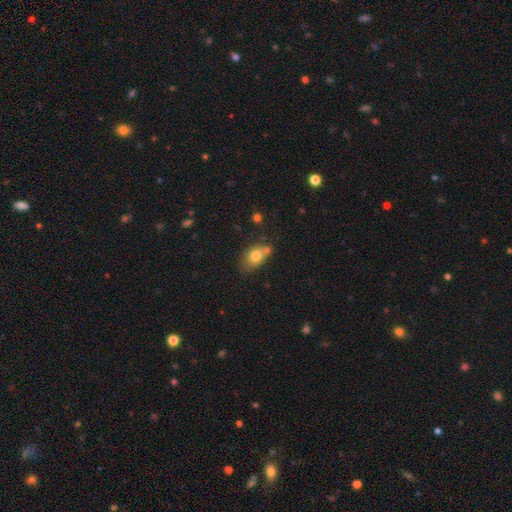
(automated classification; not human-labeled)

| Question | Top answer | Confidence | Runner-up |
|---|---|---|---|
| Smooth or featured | smooth | 76% | featured or disk (15%) |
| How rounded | in between | 76% | round (22%) |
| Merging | none | 48% | merger (23%) |